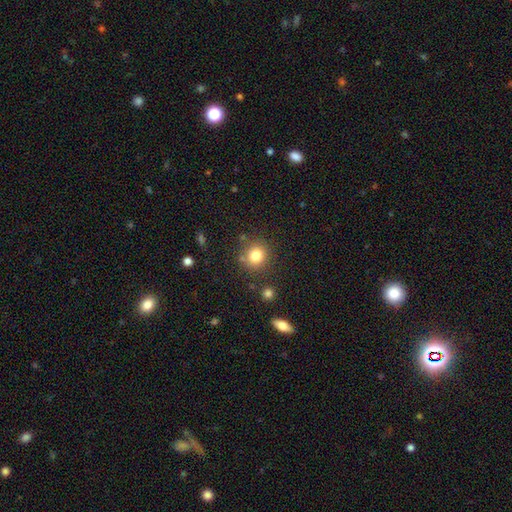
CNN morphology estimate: Smooth or featured? smooth (81%)
How rounded? round (84%)
Merging? none (80%)